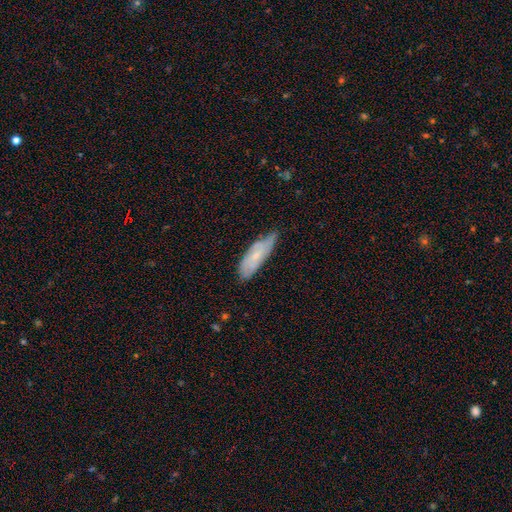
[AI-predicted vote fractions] This appears to be a smooth galaxy with no disk features (48%). Merging: none (61%).